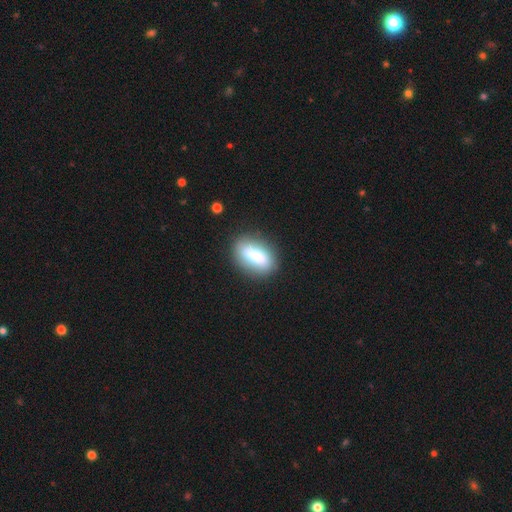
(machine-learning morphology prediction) Smooth or featured?
  - smooth: 73% *
  - featured or disk: 19%
  - star or artifact: 8%
How rounded?
  - in between: 81% *
  - round: 10%
  - cigar-shaped: 9%
Merging?
  - none: 83% *
  - minor disturbance: 11%
  - major disturbance: 4%
  - merger: 2%